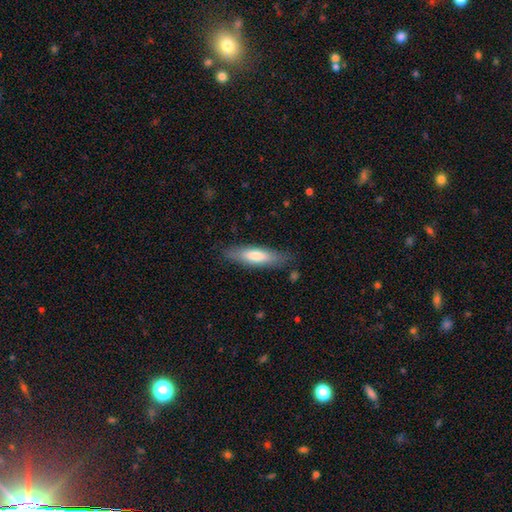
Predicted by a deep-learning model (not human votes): This appears to be a smooth galaxy with no disk features (68%) that is cigar-shaped (67%). Merging: none (82%).